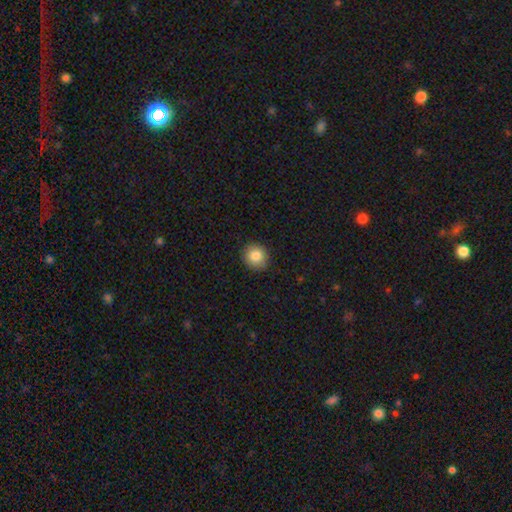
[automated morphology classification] Smooth or featured?
  - smooth: 85% *
  - star or artifact: 9%
  - featured or disk: 6%
How rounded?
  - round: 88% *
  - in between: 11%
  - cigar-shaped: 1%
Merging?
  - none: 90% *
  - minor disturbance: 8%
  - major disturbance: 2%
  - merger: 1%